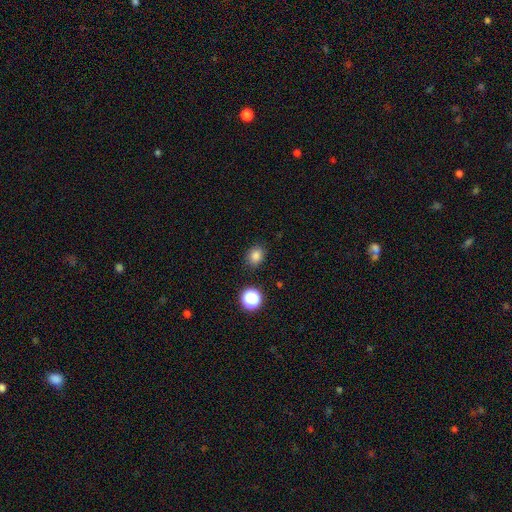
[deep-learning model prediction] A smooth galaxy with no disk features (82%) that is round (52%).

Vote fractions:
- Smooth or featured? smooth: 82% / star or artifact: 13% / featured or disk: 5%
- How rounded? round: 52% / in between: 47% / cigar-shaped: 1%
- Merging? none: 85% / minor disturbance: 10% / major disturbance: 3% / merger: 2%